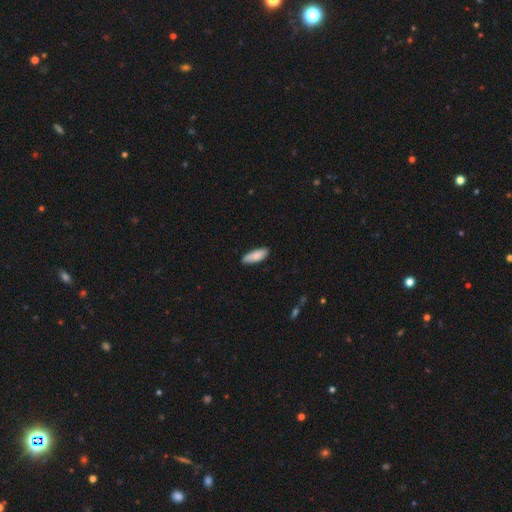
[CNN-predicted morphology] Smooth or featured?
  - smooth: 86% *
  - featured or disk: 8%
  - star or artifact: 6%
How rounded?
  - in between: 67% *
  - cigar-shaped: 31%
  - round: 2%
Merging?
  - none: 84% *
  - minor disturbance: 13%
  - major disturbance: 2%
  - merger: 1%